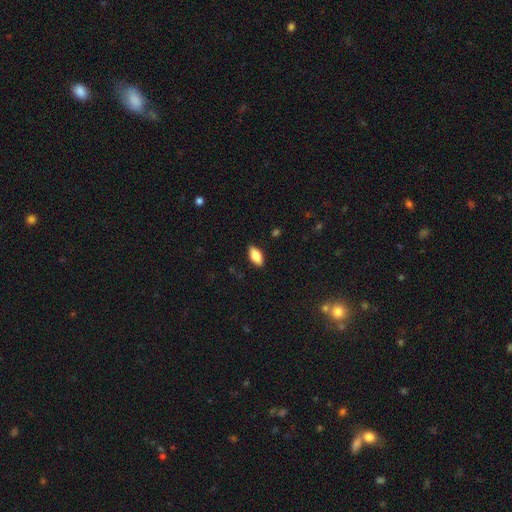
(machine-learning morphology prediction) Smooth or featured: smooth — 77% (featured or disk — 16%)
How rounded: in between — 88% (cigar-shaped — 9%)
Merging: none — 88% (minor disturbance — 9%)